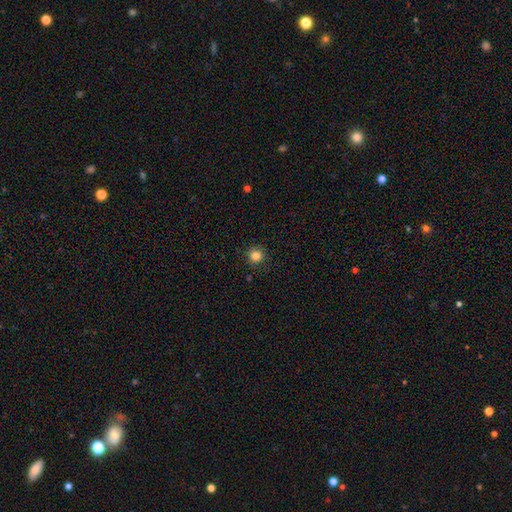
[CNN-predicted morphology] A smooth galaxy with no disk features (85%) that is round (95%). Merging: none (90%).